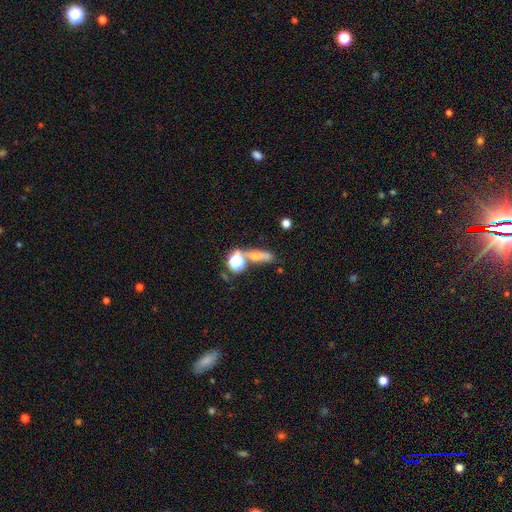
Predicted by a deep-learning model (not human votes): Q: Smooth or featured?
A: smooth (52%); runner-up: featured or disk (28%)
Q: How rounded?
A: cigar-shaped (48%); runner-up: in between (31%)
Q: Merging?
A: none (57%); runner-up: merger (22%)